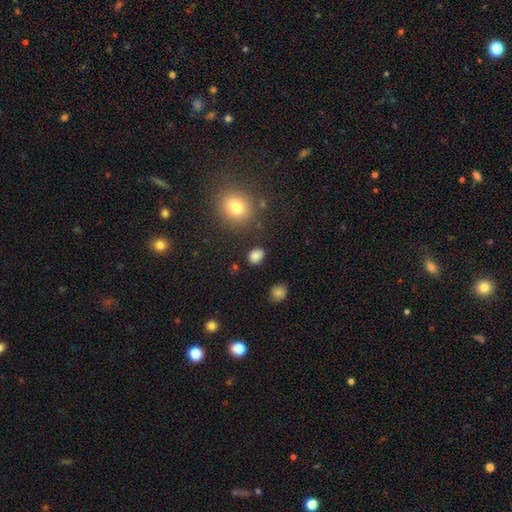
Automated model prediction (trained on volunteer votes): Morphology: type=smooth (83%); roundness=in between (54%); merging=none (81%).